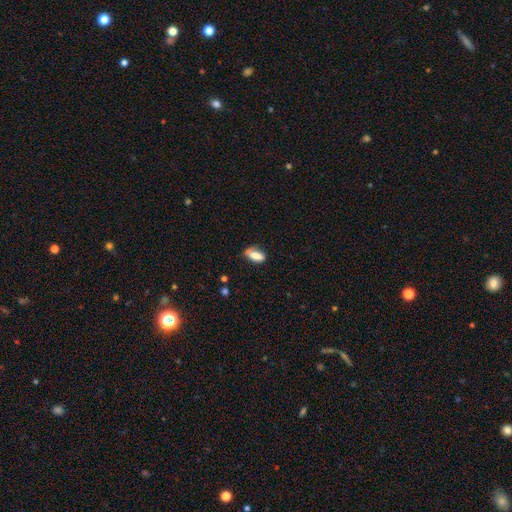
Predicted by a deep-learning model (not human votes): smooth_or_featured: smooth (p=0.79) [alt: featured or disk p=0.13]
how_rounded: in between (p=0.80) [alt: cigar-shaped p=0.16]
merging: none (p=0.54) [alt: minor disturbance p=0.30]